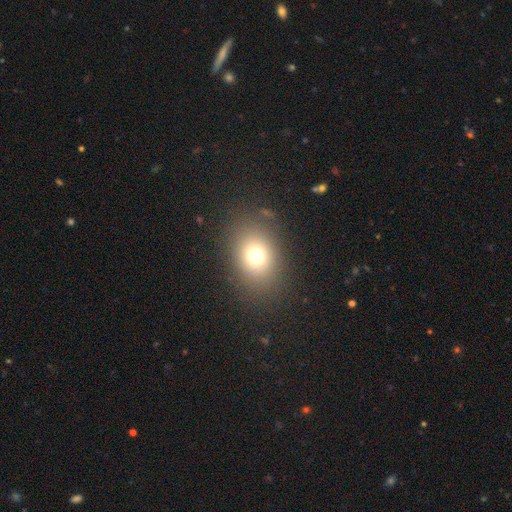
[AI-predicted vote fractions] This is likely a smooth galaxy (72%). How rounded: possibly in between (54%). Merging: clearly none (83%).